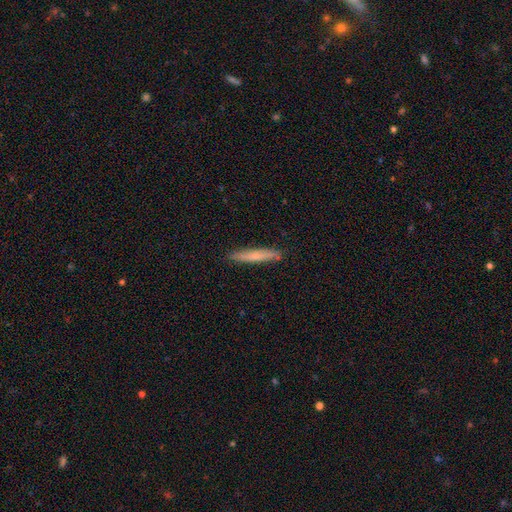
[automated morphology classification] Overall: smooth (64%; featured or disk 30%). How rounded: cigar-shaped (94%). Merging: none (88%).